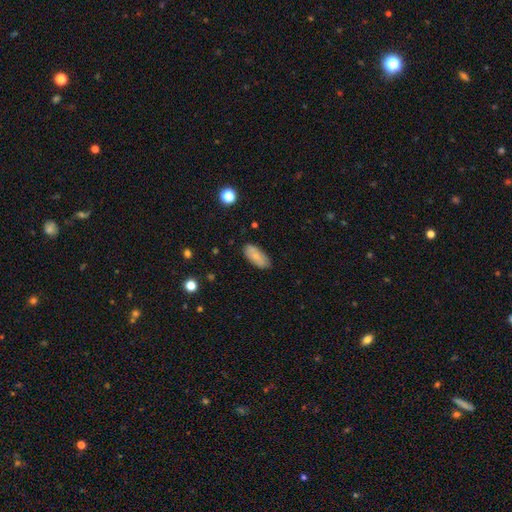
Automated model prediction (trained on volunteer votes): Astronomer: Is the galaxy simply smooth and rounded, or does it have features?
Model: smooth — 77%.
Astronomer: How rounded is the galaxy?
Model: in between — 86%.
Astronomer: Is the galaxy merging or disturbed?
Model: none — 82%.